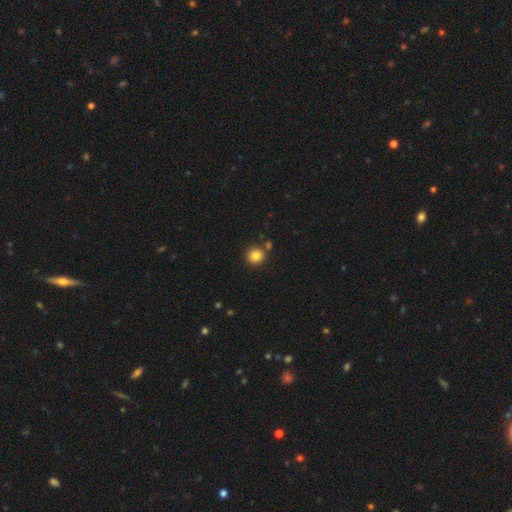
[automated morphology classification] Smooth or featured?
  - smooth: 84% *
  - star or artifact: 11%
  - featured or disk: 5%
How rounded?
  - round: 92% *
  - in between: 7%
  - cigar-shaped: 1%
Merging?
  - none: 81% *
  - merger: 9%
  - minor disturbance: 7%
  - major disturbance: 2%